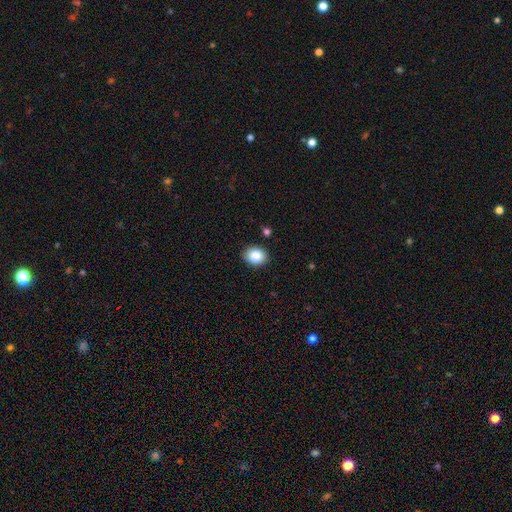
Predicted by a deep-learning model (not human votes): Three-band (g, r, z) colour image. It shows a smooth galaxy with no disk features (85%) that is in between round and cigar-shaped (50%). Merging: none (89%).